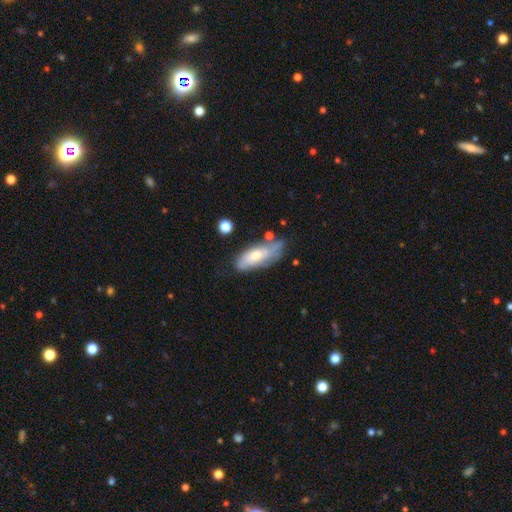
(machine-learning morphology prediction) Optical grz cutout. It shows a smooth galaxy with no disk features (53%) that is in between round and cigar-shaped (75%). Merging: none (49%).